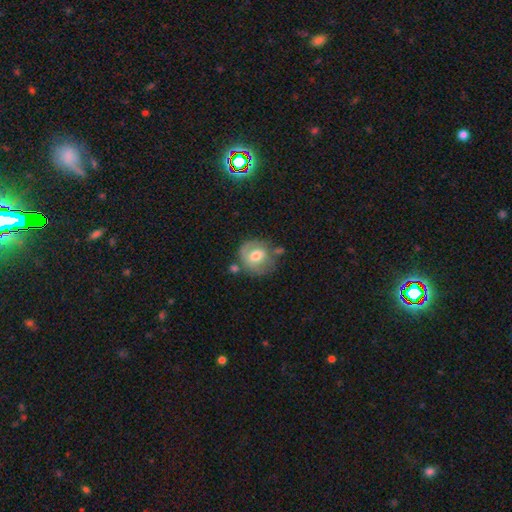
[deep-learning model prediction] This is possibly a smooth galaxy (49%). Merging: possibly none (55%).